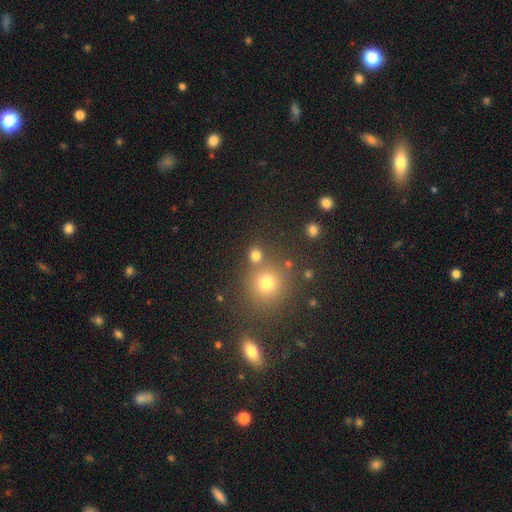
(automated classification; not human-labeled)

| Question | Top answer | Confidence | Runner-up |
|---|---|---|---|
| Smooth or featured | smooth | 76% | star or artifact (18%) |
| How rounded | round | 86% | in between (13%) |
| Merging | none | 73% | merger (15%) |